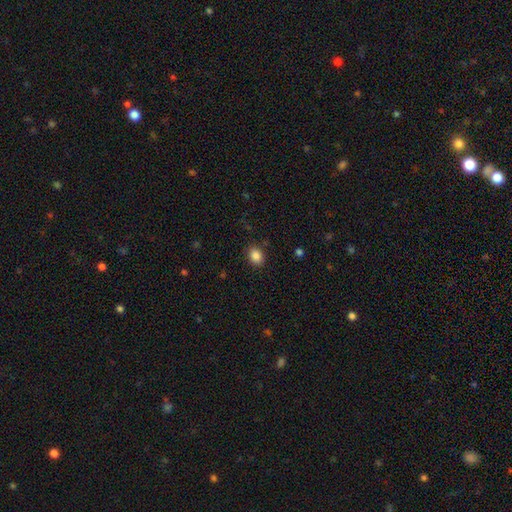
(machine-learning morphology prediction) smooth-or-featured: smooth: 87% | star or artifact: 9% | featured or disk: 4%
  how-rounded: in between: 65% | round: 34% | cigar-shaped: 1%
  merging: none: 87% | minor disturbance: 9% | major disturbance: 3% | merger: 1%